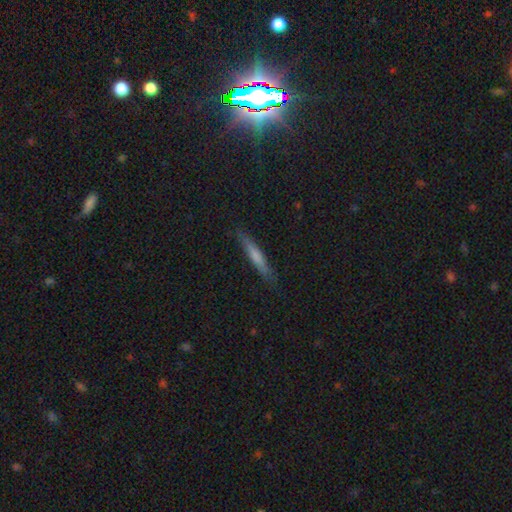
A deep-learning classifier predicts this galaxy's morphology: Smooth or featured: smooth — 59% (featured or disk — 33%)
How rounded: cigar-shaped — 93% (in between — 5%)
Merging: none — 86% (minor disturbance — 11%)